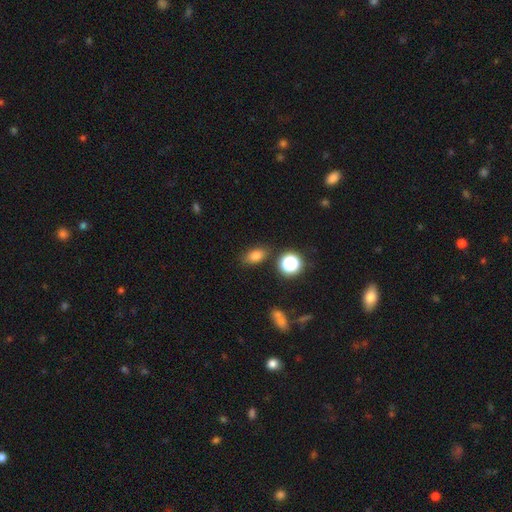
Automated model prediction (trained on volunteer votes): A smooth galaxy with no disk features (78%) that is in between round and cigar-shaped (79%). Merging: none (82%).